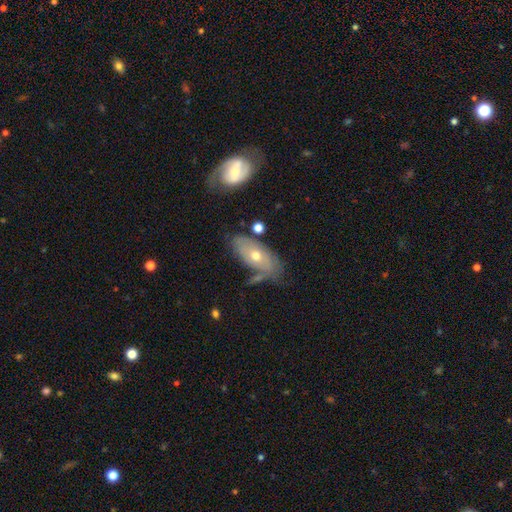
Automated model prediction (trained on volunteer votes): This is possibly a featured or disk galaxy (53%). It is clearly not viewed edge-on (83%). Merging: possibly none (57%).